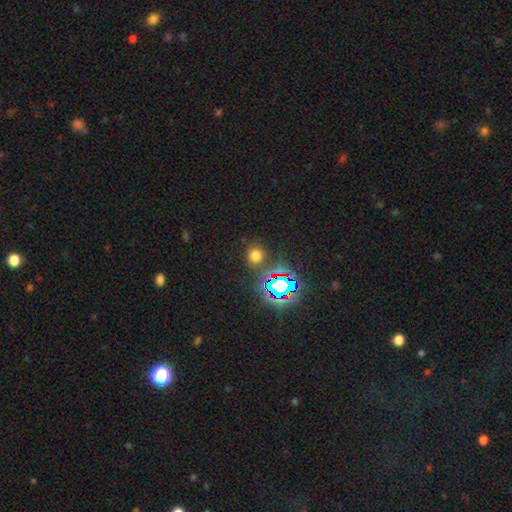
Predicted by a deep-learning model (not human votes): Overall: smooth (64%; star or artifact 29%). How rounded: round (87%). Merging: none (83%).